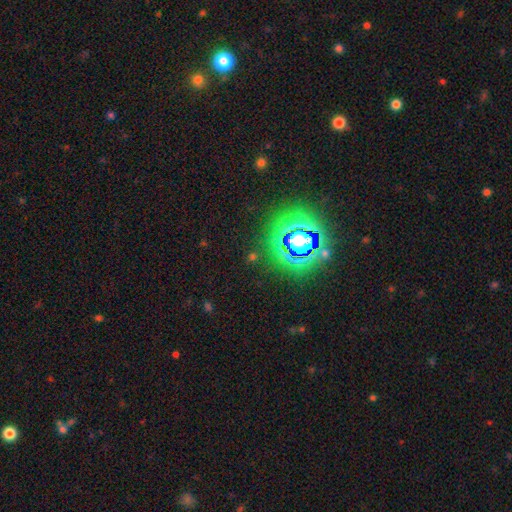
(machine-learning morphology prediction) A star or artifact, not a galaxy (71%).

Vote fractions:
- Smooth or featured? star or artifact: 71% / smooth: 20% / featured or disk: 9%